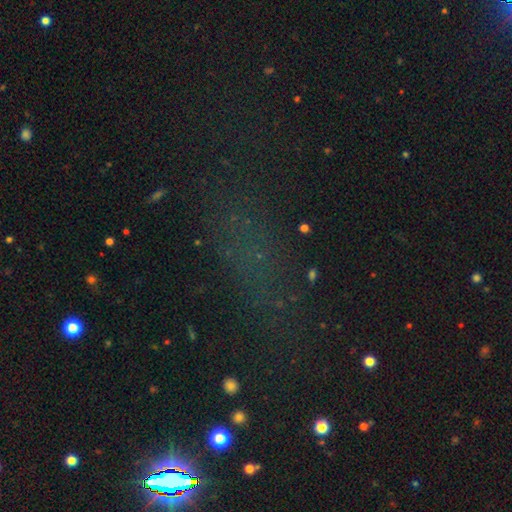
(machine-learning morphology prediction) A star or artifact, not a galaxy (51%).